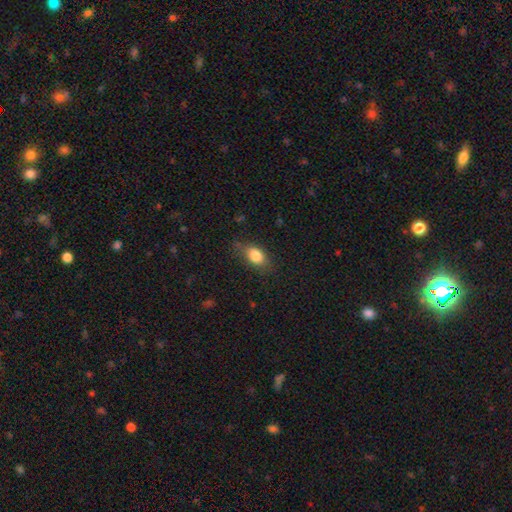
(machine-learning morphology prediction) This is clearly a smooth galaxy (82%). How rounded: clearly in between (84%). Merging: likely none (70%).